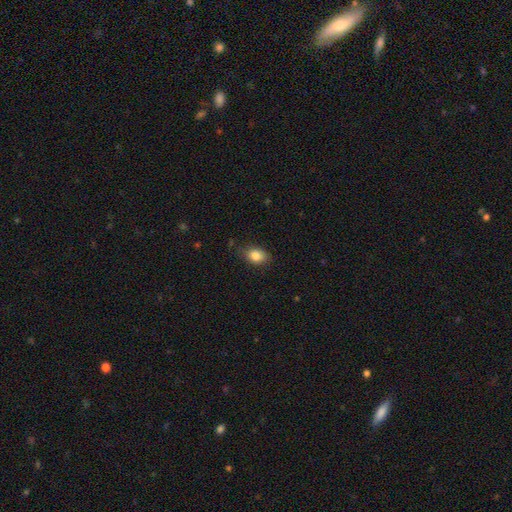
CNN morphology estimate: This appears to be a smooth galaxy with no disk features (85%) that is in between round and cigar-shaped (81%). Merging: none (81%).